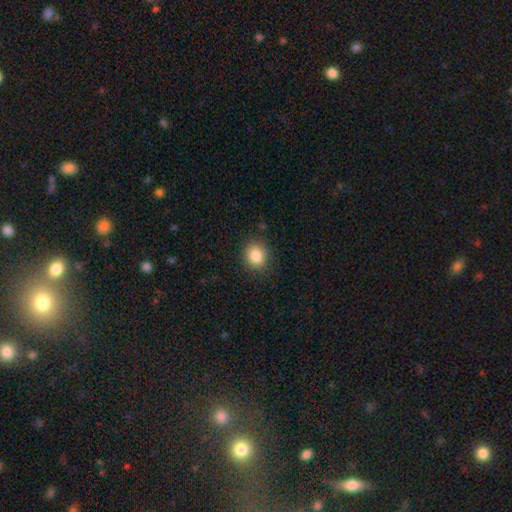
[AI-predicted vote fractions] Morphology: type=smooth (85%); roundness=round (73%); merging=none (86%).